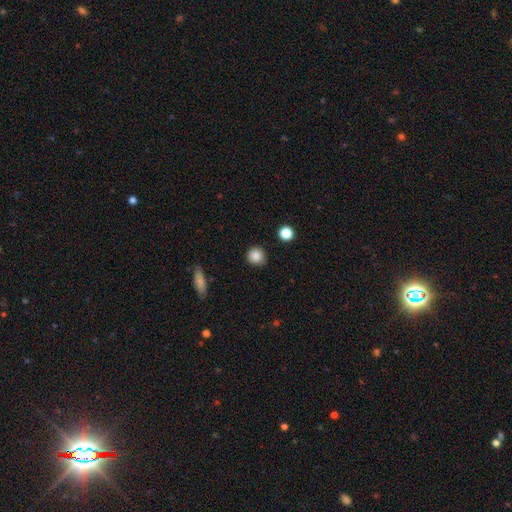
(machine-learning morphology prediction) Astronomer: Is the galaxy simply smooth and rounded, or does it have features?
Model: smooth — 87%.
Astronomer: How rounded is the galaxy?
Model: round — 91%.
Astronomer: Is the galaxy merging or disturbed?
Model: none — 86%.